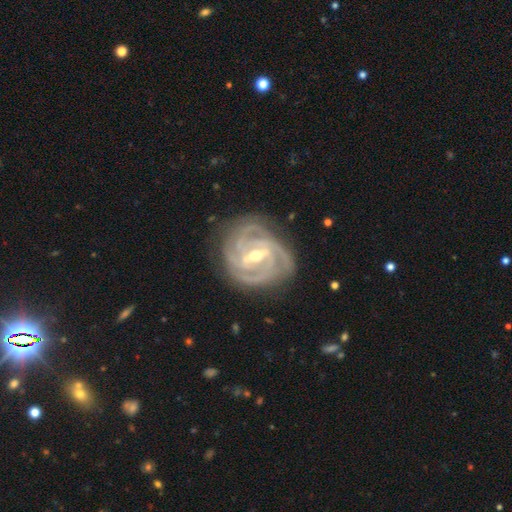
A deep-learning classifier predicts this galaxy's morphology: smooth-or-featured: featured or disk: 92% | star or artifact: 4% | smooth: 4%
  disk-edge-on: no: 97% | yes: 3%
    bar: strong: 51% | weak: 40% | no: 9%
    has-spiral-arms: yes: 98% | no: 2%
      spiral-winding: tight: 72% | medium: 25% | loose: 3%
      spiral-arm-count: 3: 40% | 4: 26% | can't tell: 12% | 2: 12% | more than 4: 5% | 1: 4%
    bulge-size: moderate: 58% | small: 38% | large: 2% | none: 1% | dominant: 1%
  merging: none: 77% | minor disturbance: 17% | major disturbance: 5% | merger: 1%